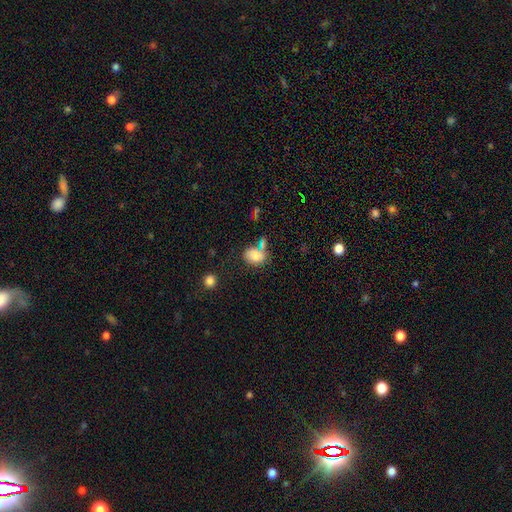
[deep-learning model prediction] Smooth or featured? smooth (79%)
How rounded? in between (59%)
Merging? none (52%)